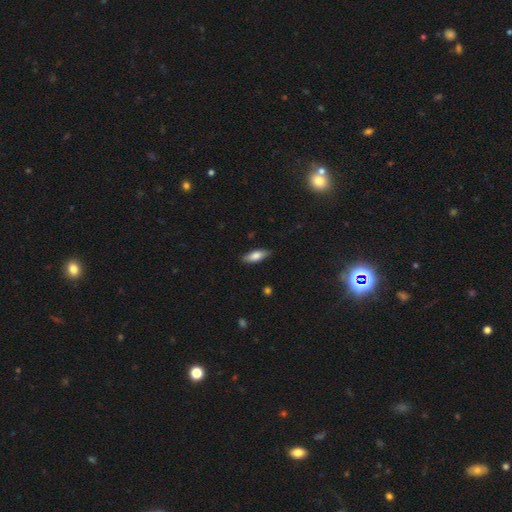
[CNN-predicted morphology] The model was most divided on "how rounded": in between: 69%, cigar-shaped: 28%, round: 2%. More confident: merging — none (85%); smooth or featured — smooth (76%).